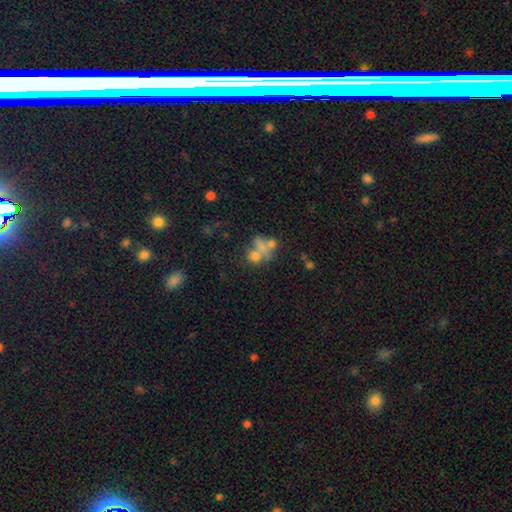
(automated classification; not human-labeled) The model was most divided on "how rounded": round: 53%, in between: 45%, cigar-shaped: 2%. More confident: smooth or featured — smooth (56%); merging — merger (51%).